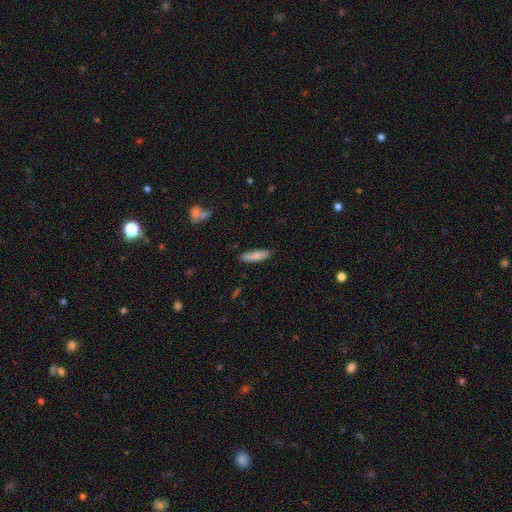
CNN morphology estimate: The model was most divided on "how rounded": cigar-shaped: 63%, in between: 36%, round: 2%. More confident: smooth or featured — smooth (81%); merging — none (80%).